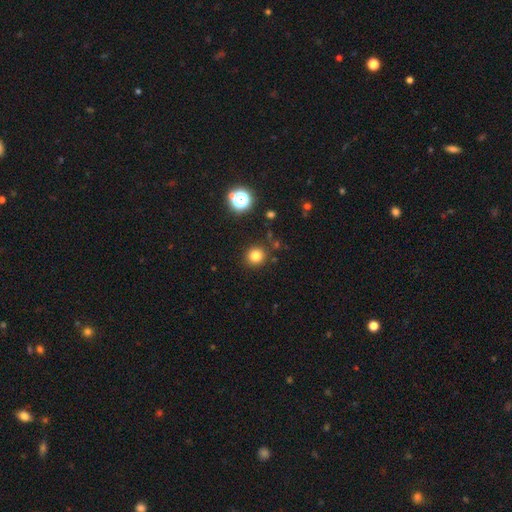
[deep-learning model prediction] A smooth galaxy with no disk features (79%) that is round (91%).

Vote fractions:
- Smooth or featured? smooth: 79% / star or artifact: 15% / featured or disk: 6%
- How rounded? round: 91% / in between: 8% / cigar-shaped: 1%
- Merging? none: 88% / minor disturbance: 7% / major disturbance: 3% / merger: 2%